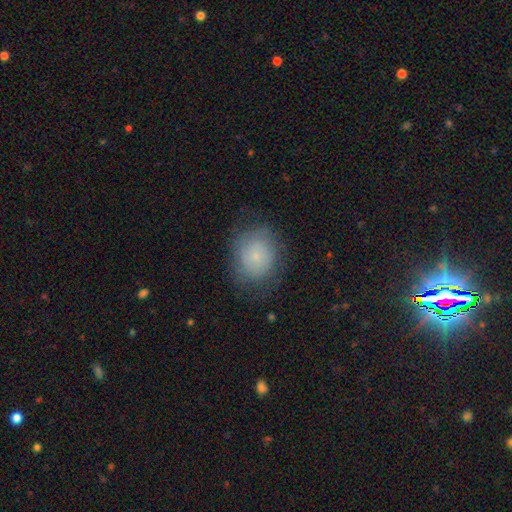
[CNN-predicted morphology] Smooth or featured? Predicted: smooth (p=0.68). How rounded? Predicted: round (p=0.66). Merging? Predicted: none (p=0.72).